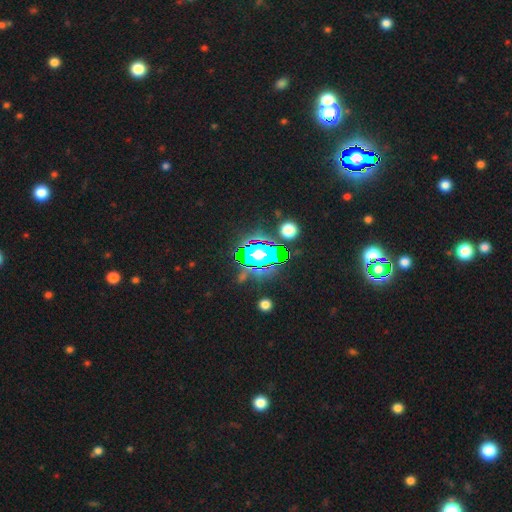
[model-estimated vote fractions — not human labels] A star or artifact, not a galaxy (80%).